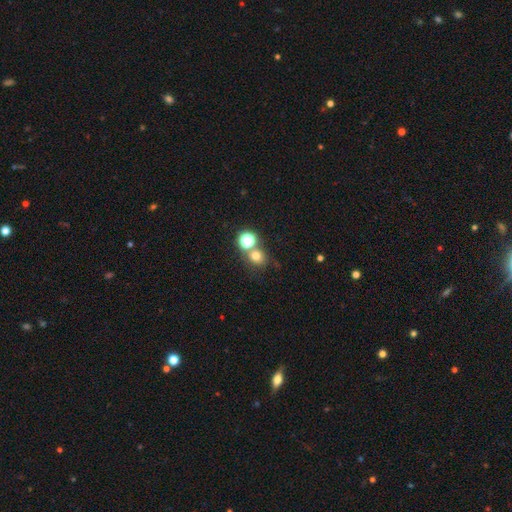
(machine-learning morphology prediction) This appears to be a smooth galaxy with no disk features (72%) that is round (80%). Merging: none (59%).